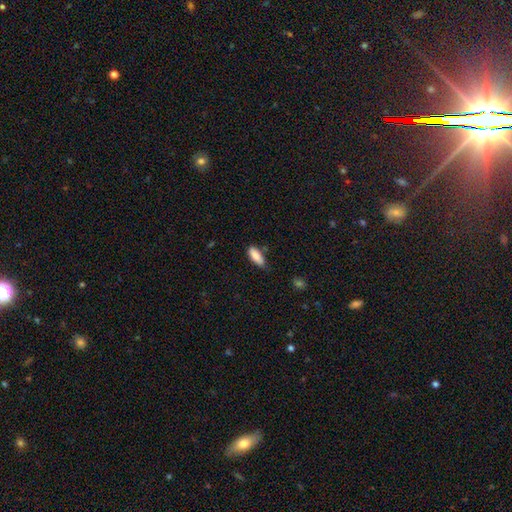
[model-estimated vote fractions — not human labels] This is clearly a smooth galaxy (84%). How rounded: likely in between (76%). Merging: likely none (64%).